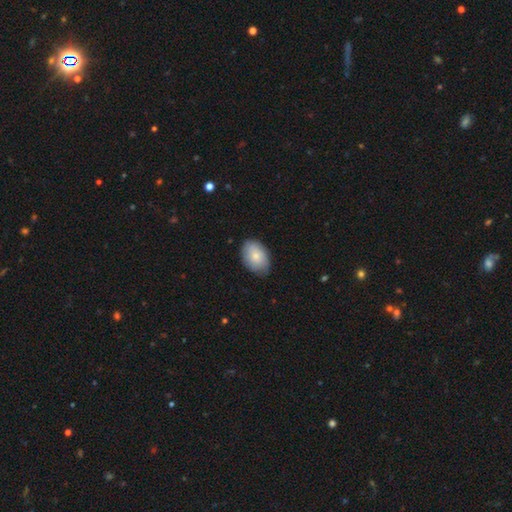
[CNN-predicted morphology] This appears to be a smooth galaxy with no disk features (77%) that is in between round and cigar-shaped (86%). Merging: none (79%).